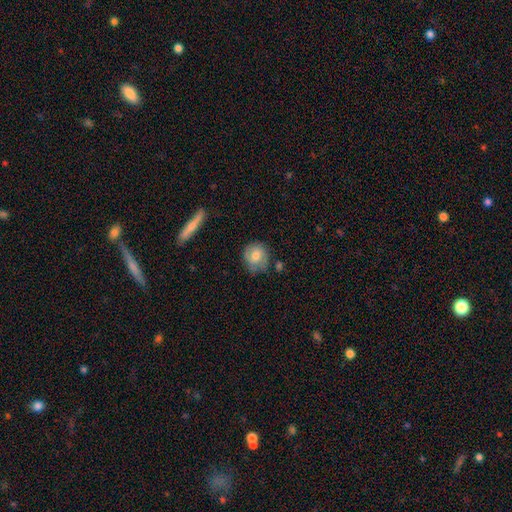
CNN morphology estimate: smooth_or_featured: smooth (p=0.60) [alt: featured or disk p=0.33]
how_rounded: round (p=0.81) [alt: in between p=0.17]
merging: none (p=0.69) [alt: minor disturbance p=0.21]